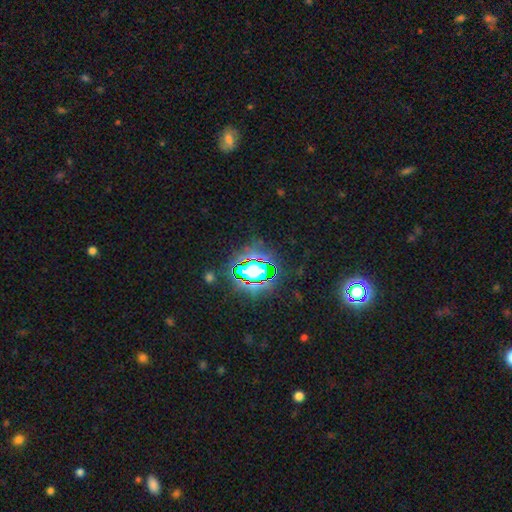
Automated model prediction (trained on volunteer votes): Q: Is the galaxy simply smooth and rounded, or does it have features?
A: star or artifact — 82%.